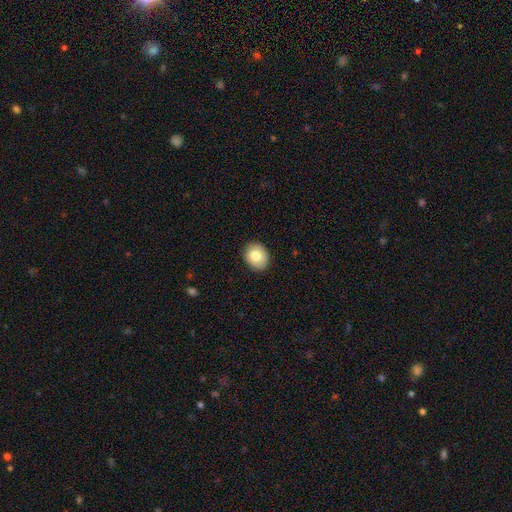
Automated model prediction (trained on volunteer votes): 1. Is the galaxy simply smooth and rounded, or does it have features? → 78% smooth, 14% featured or disk, 8% star or artifact.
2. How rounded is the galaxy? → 55% round, 44% in between, 1% cigar-shaped.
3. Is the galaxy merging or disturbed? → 88% none, 9% minor disturbance, 2% major disturbance, 1% merger.